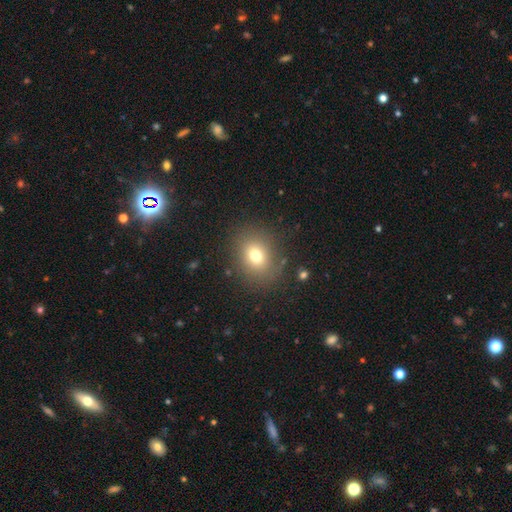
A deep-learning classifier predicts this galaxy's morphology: This is likely a smooth galaxy (72%). How rounded: possibly round (57%). Merging: clearly none (83%).